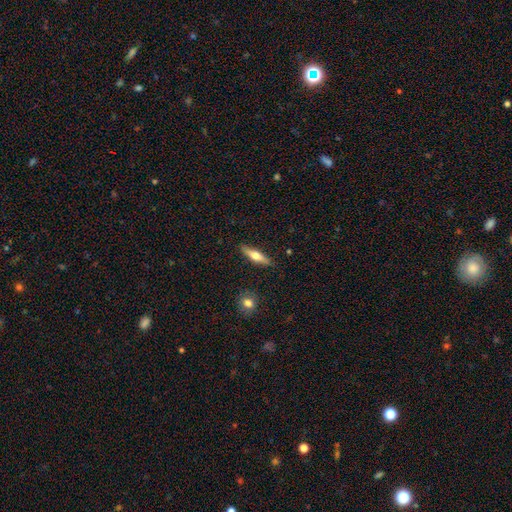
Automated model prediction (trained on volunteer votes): This is possibly a smooth galaxy (50%). Merging: clearly none (88%).